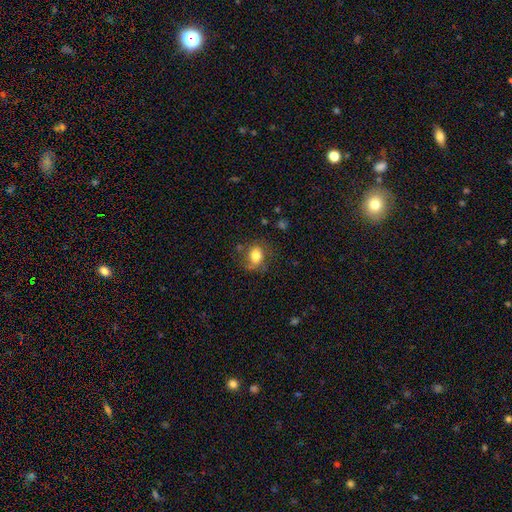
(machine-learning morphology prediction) type=smooth (71%); roundness=round (51%); merging=none (61%).